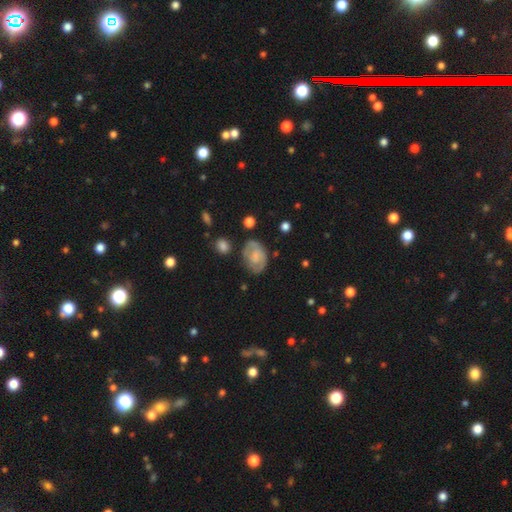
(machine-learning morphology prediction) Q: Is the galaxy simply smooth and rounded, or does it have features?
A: featured or disk — 55%.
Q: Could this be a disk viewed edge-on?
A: no — 96%.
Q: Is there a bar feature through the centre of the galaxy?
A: no — 56%.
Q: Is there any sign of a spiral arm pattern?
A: yes — 74%.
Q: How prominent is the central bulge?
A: none — 34%.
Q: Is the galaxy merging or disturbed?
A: none — 65%.